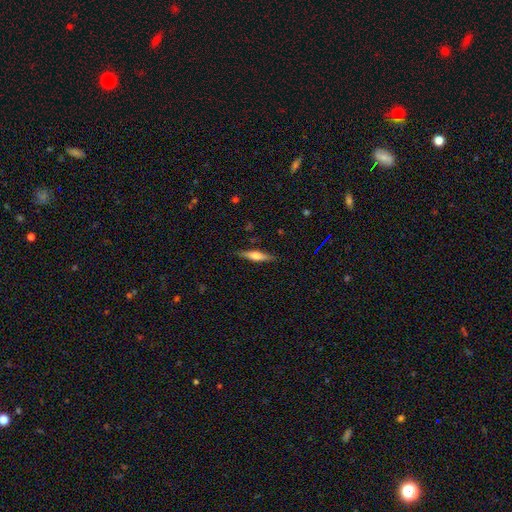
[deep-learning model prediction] Smooth or featured: featured or disk — 51% (smooth — 43%)
Edge-on disk: yes — 95% (no — 5%)
Merging: none — 87% (minor disturbance — 10%)